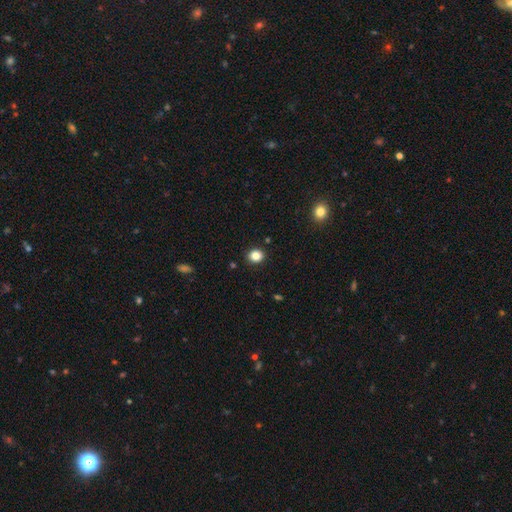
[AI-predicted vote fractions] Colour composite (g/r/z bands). It shows a smooth galaxy with no disk features (84%) that is round (75%). Merging: none (91%).